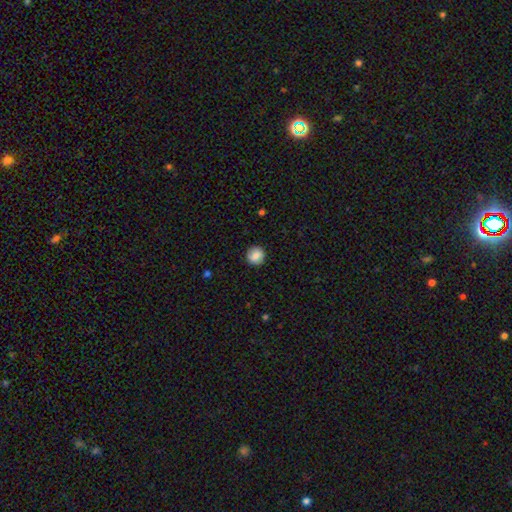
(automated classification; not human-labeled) Q: Smooth or featured?
A: smooth (84%); runner-up: star or artifact (8%)
Q: How rounded?
A: round (93%); runner-up: in between (6%)
Q: Merging?
A: none (90%); runner-up: minor disturbance (8%)